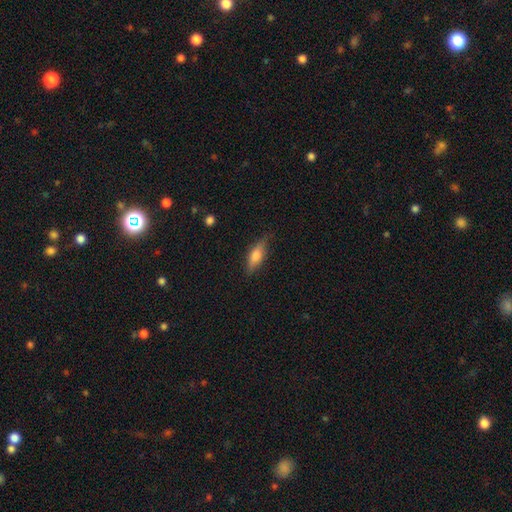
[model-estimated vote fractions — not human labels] The model was most divided on "how rounded": in between: 51%, cigar-shaped: 46%, round: 3%. More confident: merging — none (81%); smooth or featured — smooth (62%).